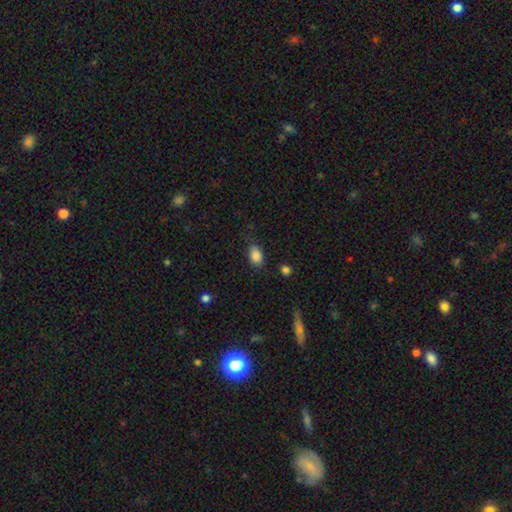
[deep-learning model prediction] smooth_or_featured: smooth (p=0.86) [alt: star or artifact p=0.09]
how_rounded: in between (p=0.84) [alt: round p=0.14]
merging: none (p=0.75) [alt: minor disturbance p=0.19]